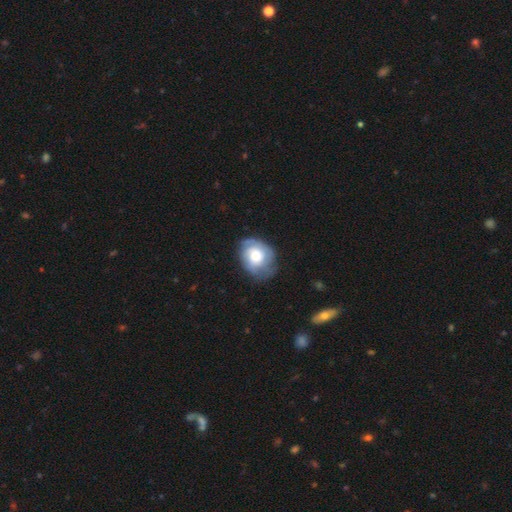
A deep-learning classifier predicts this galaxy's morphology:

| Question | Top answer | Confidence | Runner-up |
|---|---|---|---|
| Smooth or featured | featured or disk | 52% | smooth (41%) |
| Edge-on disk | no | 97% | yes (3%) |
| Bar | no | 81% | weak (16%) |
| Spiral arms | yes | 76% | no (24%) |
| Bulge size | moderate | 52% | large (34%) |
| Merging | none | 62% | minor disturbance (27%) |